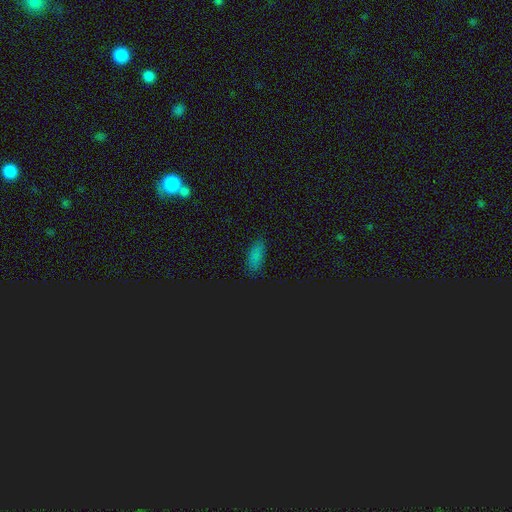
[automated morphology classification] This appears to be a smooth galaxy with no disk features (77%) that is in between round and cigar-shaped (88%). Merging: none (85%).